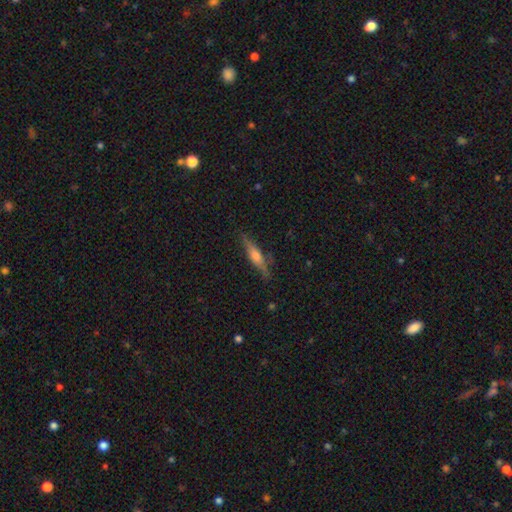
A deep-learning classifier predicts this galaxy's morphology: The model was most divided on "smooth or featured": featured or disk: 60%, smooth: 33%, star or artifact: 7%. More confident: edge-on disk — yes (95%); merging — none (83%); edge-on bulge — rounded (78%).